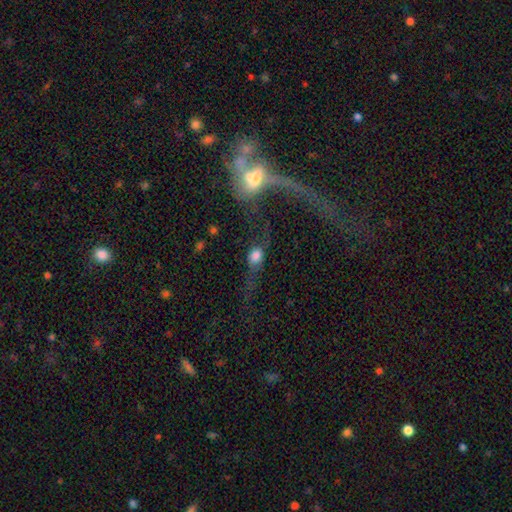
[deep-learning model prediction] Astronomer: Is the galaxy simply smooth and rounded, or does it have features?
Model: smooth — 45% (runner-up: featured or disk, 39%).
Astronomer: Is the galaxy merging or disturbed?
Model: none — 39% (runner-up: major disturbance, 29%).